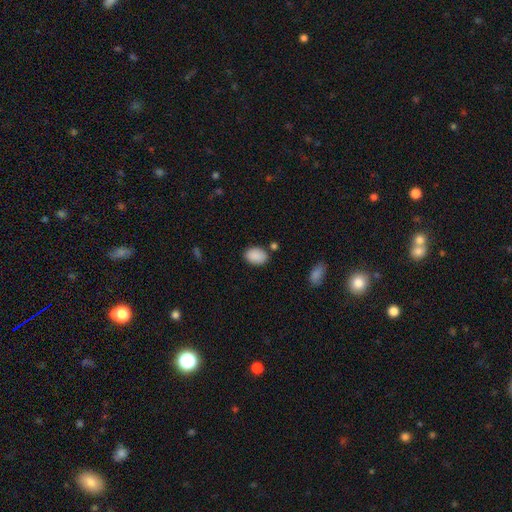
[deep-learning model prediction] Morphology: type=smooth (89%); roundness=in between (80%); merging=none (77%).